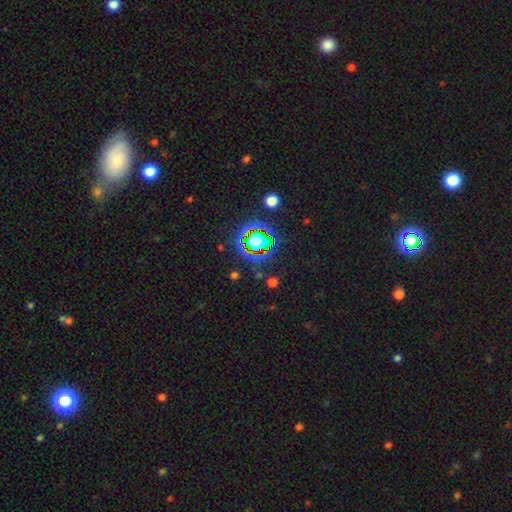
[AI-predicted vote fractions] smooth-or-featured: star or artifact: 78% | smooth: 13% | featured or disk: 9%